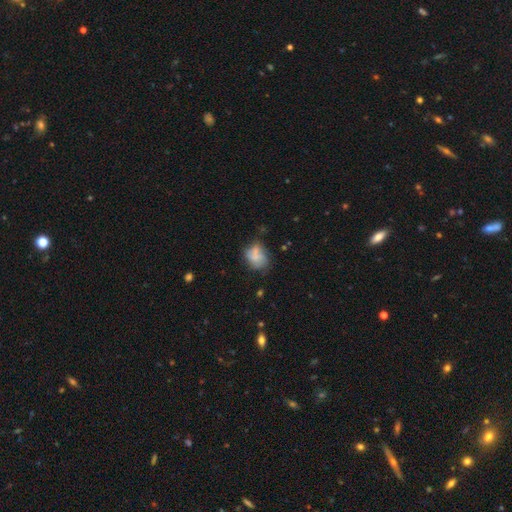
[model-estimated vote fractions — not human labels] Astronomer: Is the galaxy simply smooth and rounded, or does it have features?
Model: smooth — 65%.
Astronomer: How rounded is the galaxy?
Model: in between — 54% (runner-up: round, 44%).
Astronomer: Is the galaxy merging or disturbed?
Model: none — 47% (runner-up: minor disturbance, 30%).